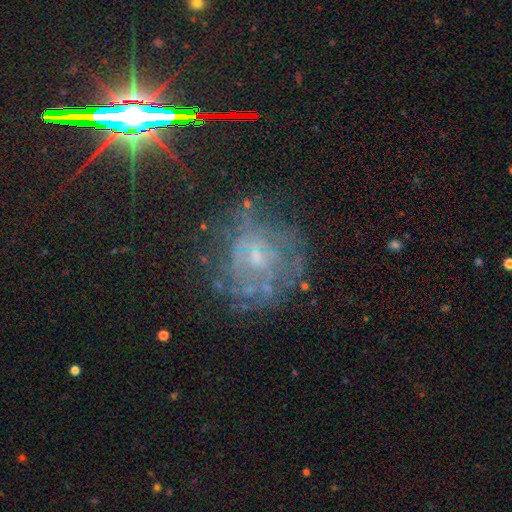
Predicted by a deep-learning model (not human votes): Smooth or featured? featured or disk (60%)
Edge-on disk? no (97%)
Bar? no (70%)
Spiral arms? yes (55%)
Bulge size? small (58%)
Merging? none (62%)